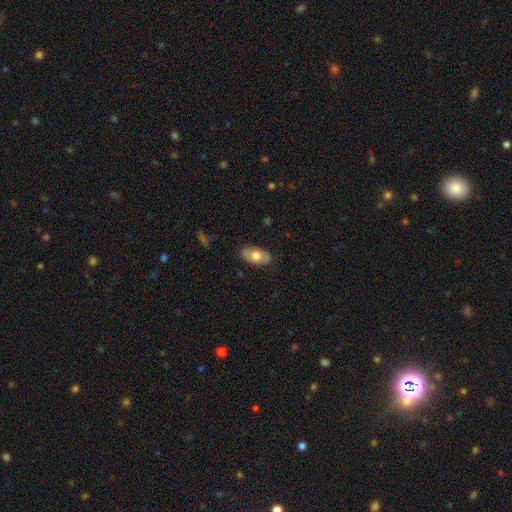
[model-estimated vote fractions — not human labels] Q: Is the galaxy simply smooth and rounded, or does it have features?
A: smooth — 59%.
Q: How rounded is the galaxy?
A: in between — 92%.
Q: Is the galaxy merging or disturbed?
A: none — 83%.